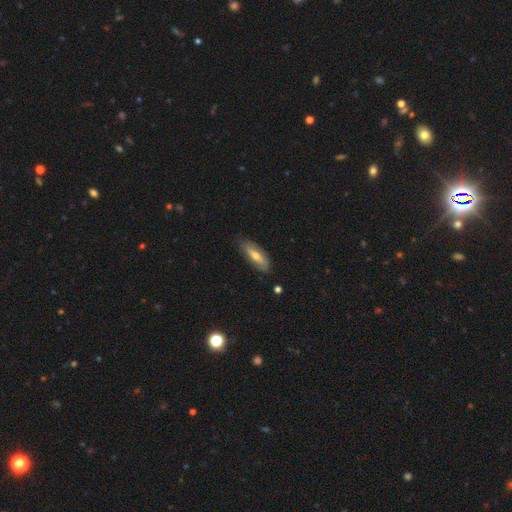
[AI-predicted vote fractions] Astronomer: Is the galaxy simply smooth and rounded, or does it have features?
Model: smooth — 55% (runner-up: featured or disk, 38%).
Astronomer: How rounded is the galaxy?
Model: in between — 54% (runner-up: cigar-shaped, 44%).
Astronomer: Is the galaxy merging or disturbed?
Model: none — 79%.